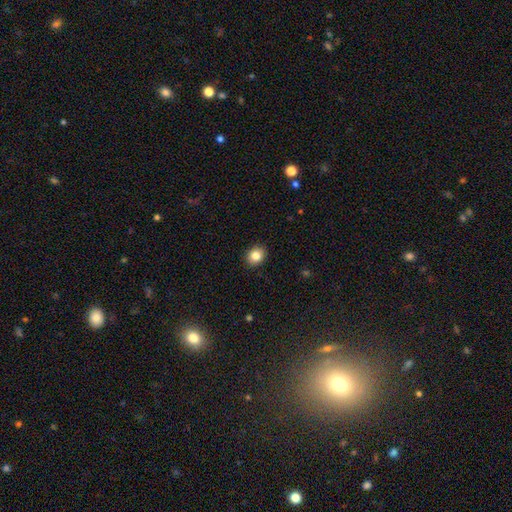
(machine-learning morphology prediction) smooth 83%, star or artifact 10%, featured or disk 7%. Down the decision tree: how rounded — round (64%); merging — none (91%).